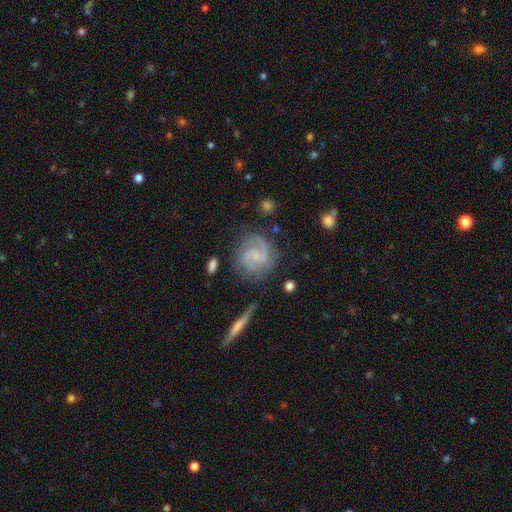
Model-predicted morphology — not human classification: featured or disk 83%, smooth 11%, star or artifact 6%. Down the decision tree: edge-on disk — no (98%); bar — no (48%); spiral arms — yes (96%); spiral arm count — 2 (81%); spiral winding — medium (49%); bulge size — small (55%); merging — none (75%).